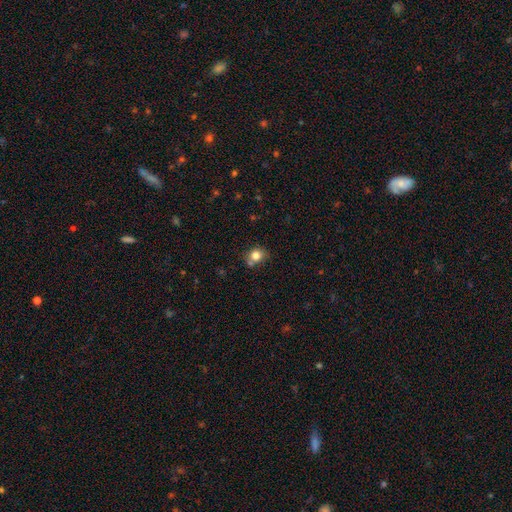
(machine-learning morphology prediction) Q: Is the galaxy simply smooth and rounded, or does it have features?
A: smooth — 81%.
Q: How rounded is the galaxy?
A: round — 73%.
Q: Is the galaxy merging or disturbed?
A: none — 63%.